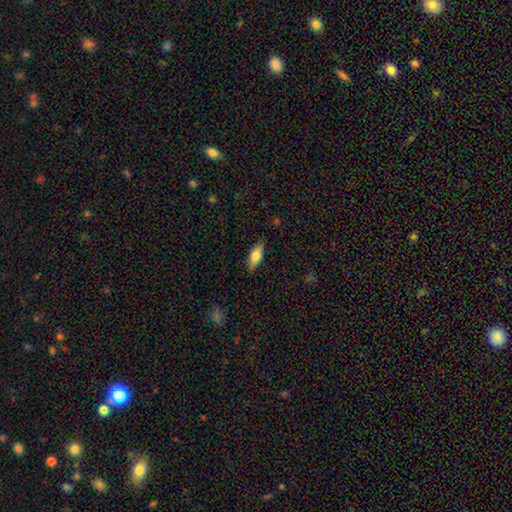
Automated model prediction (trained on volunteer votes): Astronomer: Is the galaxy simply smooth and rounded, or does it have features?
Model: smooth — 78%.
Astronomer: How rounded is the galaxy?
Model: in between — 78%.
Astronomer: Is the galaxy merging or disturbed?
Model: none — 85%.